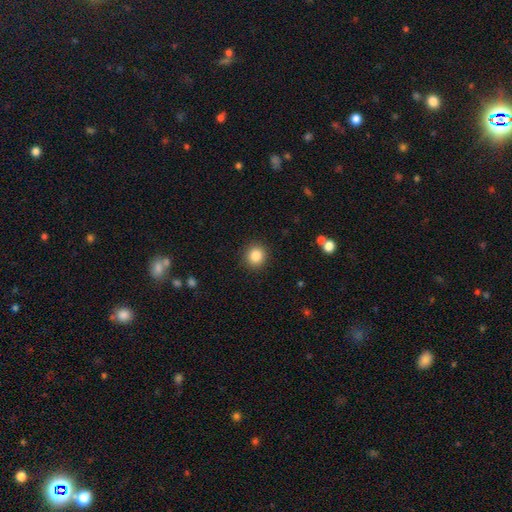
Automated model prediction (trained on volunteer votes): smooth_or_featured: smooth (p=0.85) [alt: star or artifact p=0.10]
how_rounded: round (p=0.90) [alt: in between p=0.09]
merging: none (p=0.91) [alt: minor disturbance p=0.06]